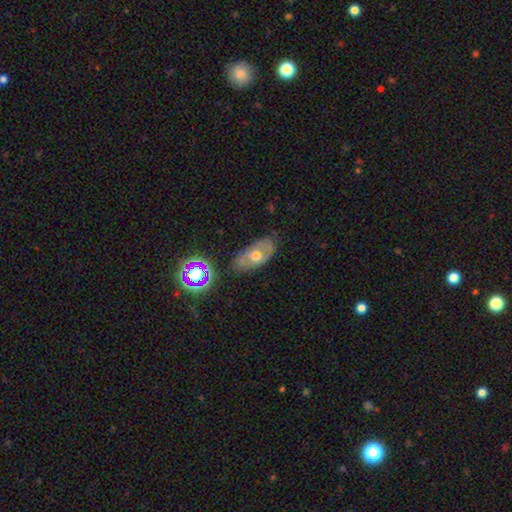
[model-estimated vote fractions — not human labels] This is possibly a featured or disk galaxy (48%). Merging: likely none (71%).